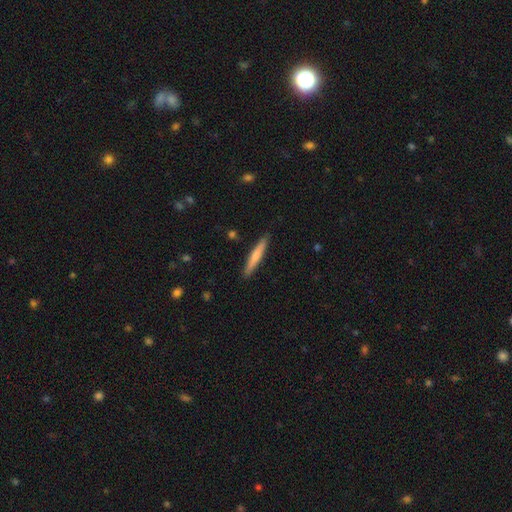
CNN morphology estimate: The model was most divided on "smooth or featured": smooth: 64%, featured or disk: 31%, star or artifact: 5%. More confident: how rounded — cigar-shaped (94%); merging — none (89%).